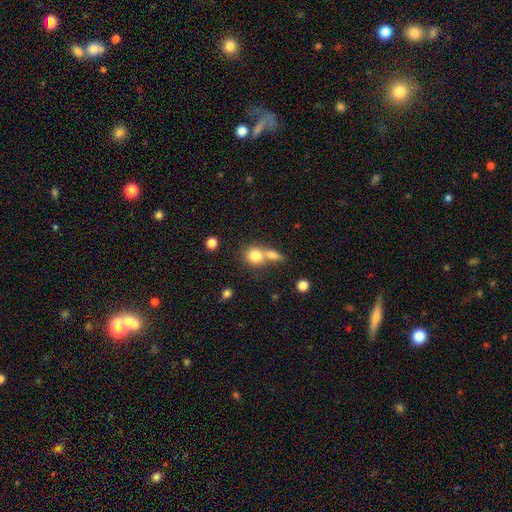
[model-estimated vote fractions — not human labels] Smooth or featured?
  - smooth: 80% *
  - featured or disk: 11%
  - star or artifact: 9%
How rounded?
  - round: 71% *
  - in between: 27%
  - cigar-shaped: 2%
Merging?
  - merger: 50% *
  - none: 38%
  - minor disturbance: 8%
  - major disturbance: 4%